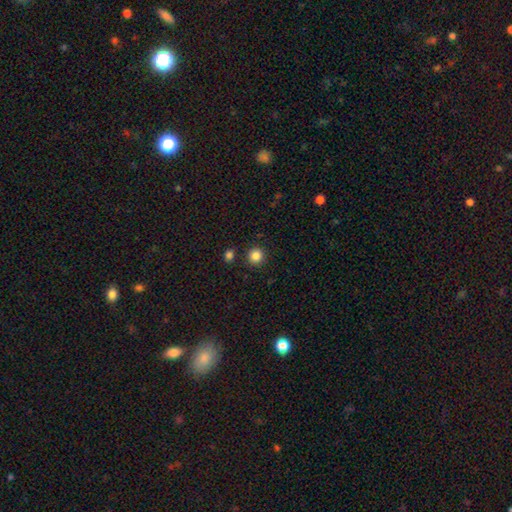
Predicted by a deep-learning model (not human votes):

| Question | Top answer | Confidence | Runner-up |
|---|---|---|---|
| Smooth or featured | smooth | 85% | star or artifact (11%) |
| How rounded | round | 92% | in between (7%) |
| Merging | none | 89% | minor disturbance (6%) |